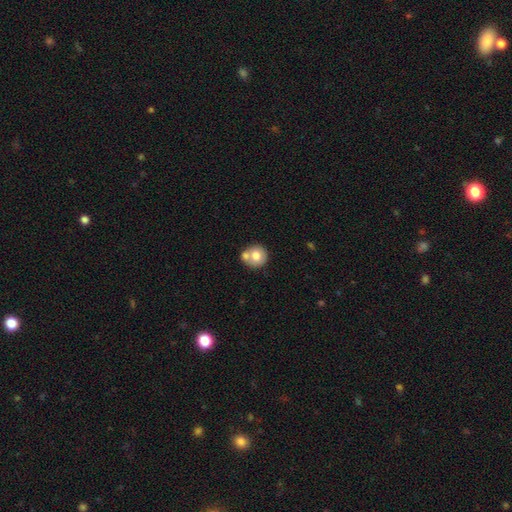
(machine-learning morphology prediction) Smooth or featured?
  - smooth: 71% *
  - featured or disk: 21%
  - star or artifact: 8%
How rounded?
  - round: 88% *
  - in between: 11%
  - cigar-shaped: 1%
Merging?
  - none: 49% *
  - merger: 37%
  - minor disturbance: 10%
  - major disturbance: 3%